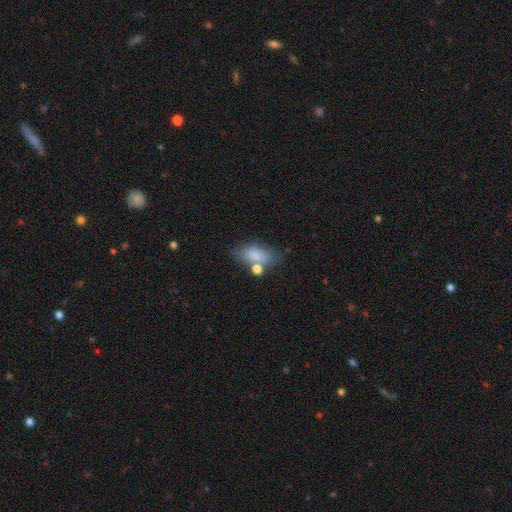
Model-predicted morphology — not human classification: Smooth or featured? smooth (78%)
How rounded? in between (86%)
Merging? none (52%)